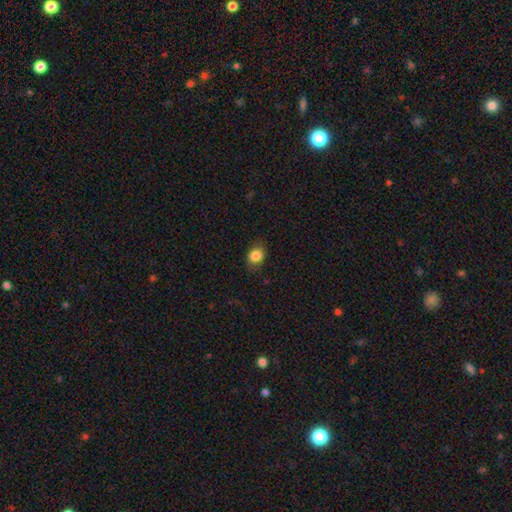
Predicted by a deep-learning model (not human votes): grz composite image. It shows a smooth galaxy with no disk features (84%) that is round (50%). Merging: none (80%).